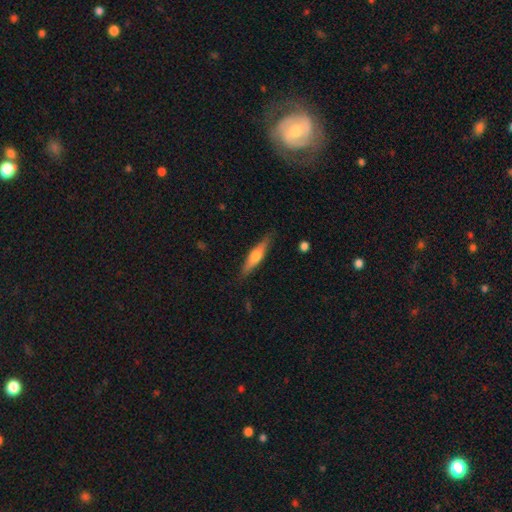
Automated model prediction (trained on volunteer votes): The model was most divided on "smooth or featured": featured or disk: 50%, smooth: 44%, star or artifact: 5%. More confident: edge-on disk — yes (92%); merging — none (86%).